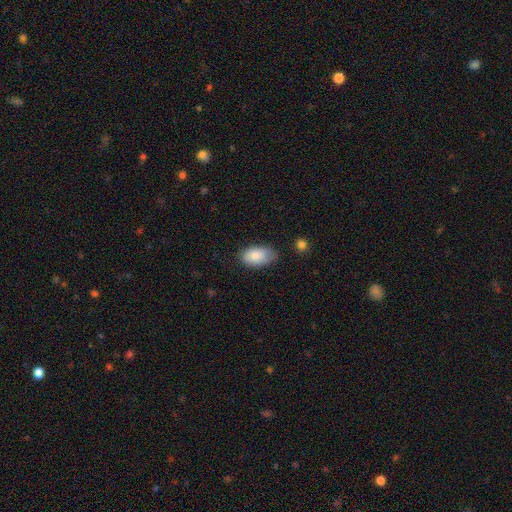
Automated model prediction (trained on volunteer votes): Smooth or featured? Predicted: smooth (p=0.82). How rounded? Predicted: in between (p=0.93). Merging? Predicted: none (p=0.68).